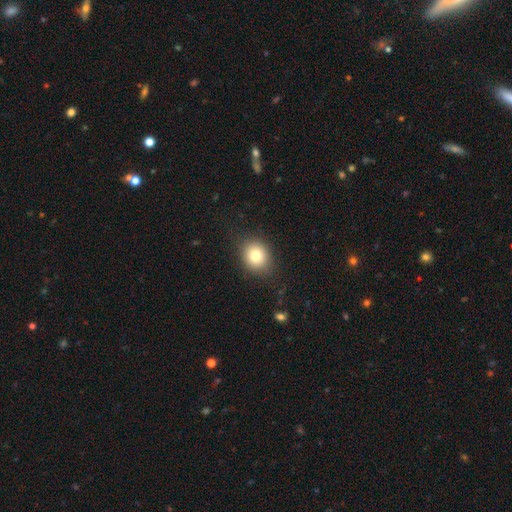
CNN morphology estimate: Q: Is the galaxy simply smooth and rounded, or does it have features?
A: smooth — 79%.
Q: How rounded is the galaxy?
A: round — 67%.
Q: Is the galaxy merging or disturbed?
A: none — 85%.